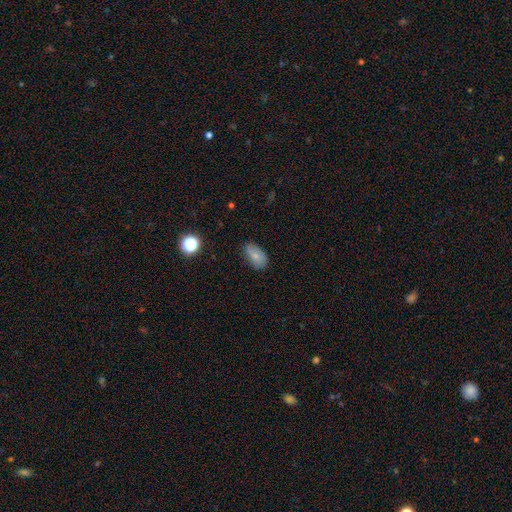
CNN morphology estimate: A smooth galaxy with no disk features (74%) that is in between round and cigar-shaped (90%). Merging: none (73%).